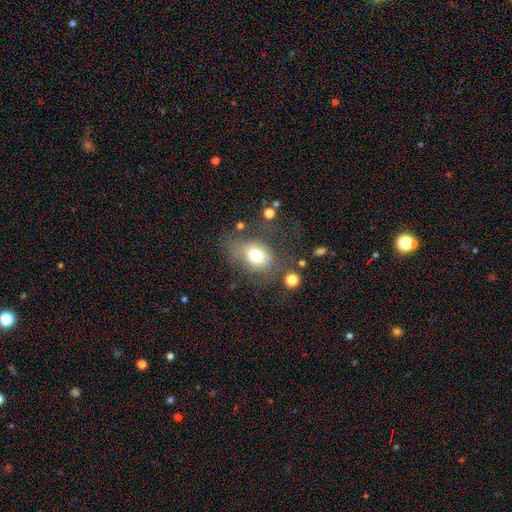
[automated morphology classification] Q: Smooth or featured?
A: smooth (73%); runner-up: featured or disk (16%)
Q: How rounded?
A: in between (60%); runner-up: round (39%)
Q: Merging?
A: none (54%); runner-up: minor disturbance (23%)